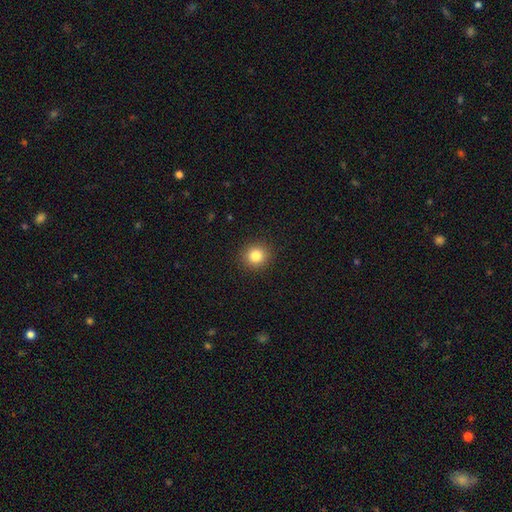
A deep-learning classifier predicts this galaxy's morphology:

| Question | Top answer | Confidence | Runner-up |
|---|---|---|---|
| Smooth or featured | smooth | 83% | star or artifact (11%) |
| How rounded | round | 90% | in between (9%) |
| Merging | none | 92% | minor disturbance (5%) |